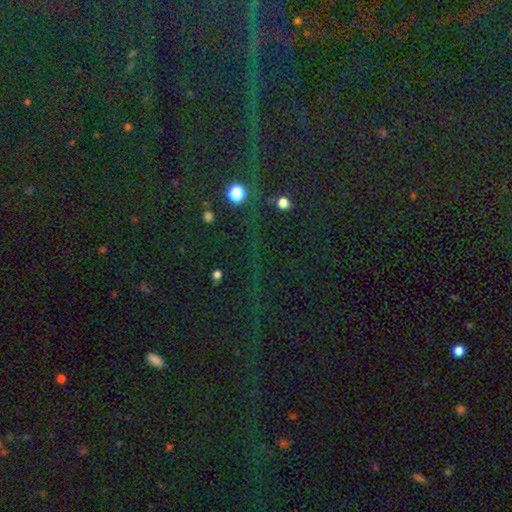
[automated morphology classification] smooth-or-featured: star or artifact: 83% | smooth: 10% | featured or disk: 8%